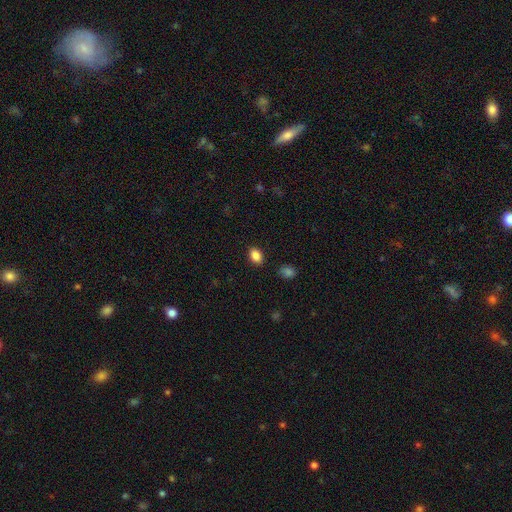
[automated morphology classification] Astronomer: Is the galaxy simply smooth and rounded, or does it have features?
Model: smooth — 86%.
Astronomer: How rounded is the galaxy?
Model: in between — 78%.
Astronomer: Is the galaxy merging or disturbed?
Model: none — 87%.